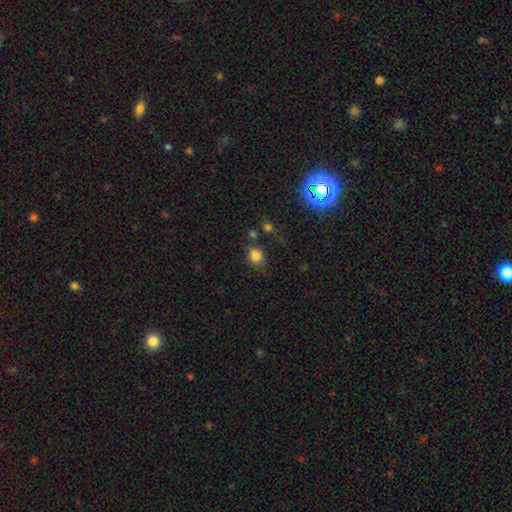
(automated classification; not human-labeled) This appears to be a smooth galaxy with no disk features (79%) that is round (64%). Merging: none (67%).